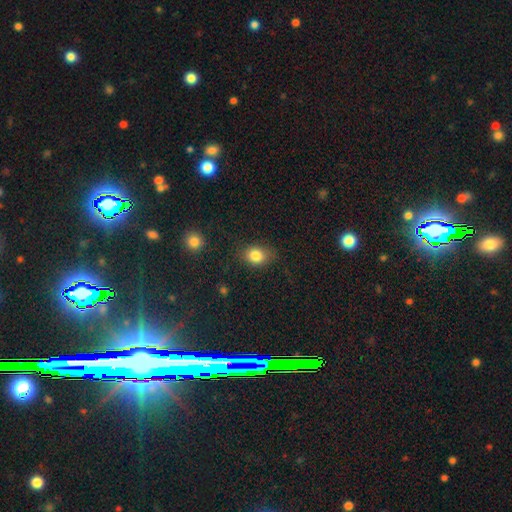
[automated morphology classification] type=smooth (83%); roundness=in between (56%); merging=none (78%).